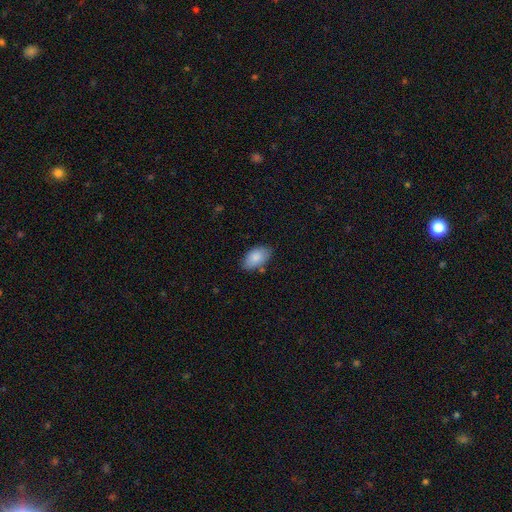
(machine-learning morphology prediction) Q: Smooth or featured?
A: smooth (84%); runner-up: featured or disk (9%)
Q: How rounded?
A: in between (94%); runner-up: round (4%)
Q: Merging?
A: none (81%); runner-up: minor disturbance (14%)